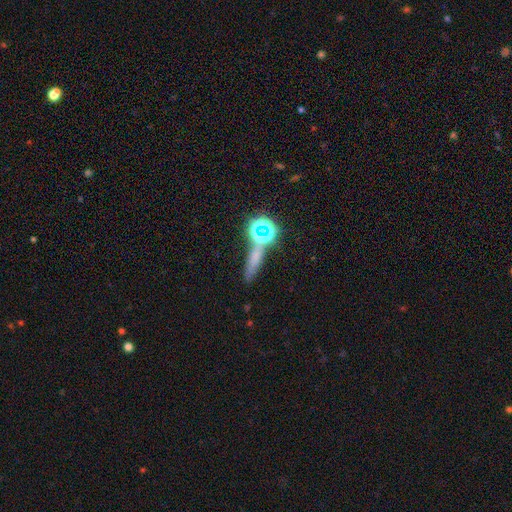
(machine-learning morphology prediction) Smooth or featured: smooth — 50% (star or artifact — 32%)
Merging: none — 71% (merger — 13%)